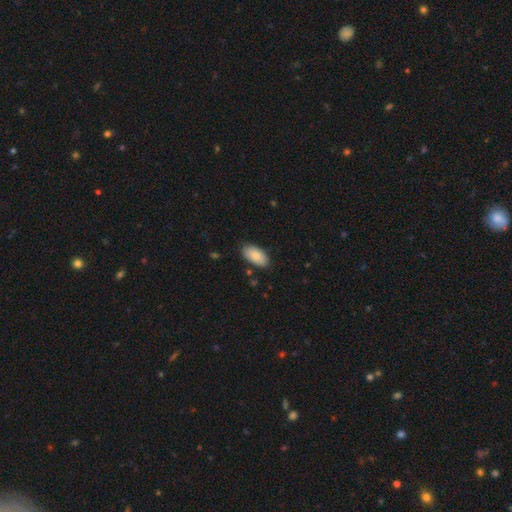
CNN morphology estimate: This is clearly a smooth galaxy (82%). How rounded: clearly in between (94%). Merging: clearly none (84%).